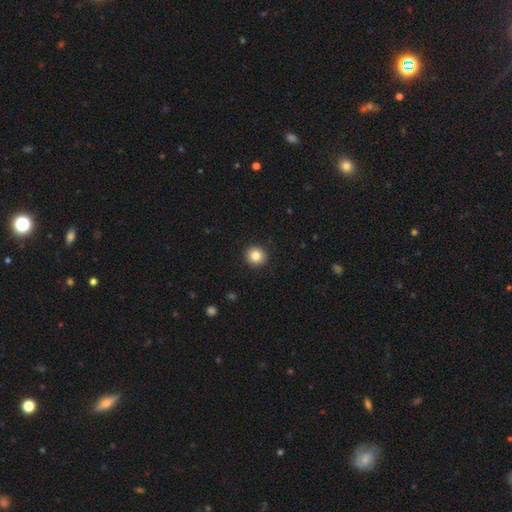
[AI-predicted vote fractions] Morphology: type=smooth (84%); roundness=round (93%); merging=none (93%).